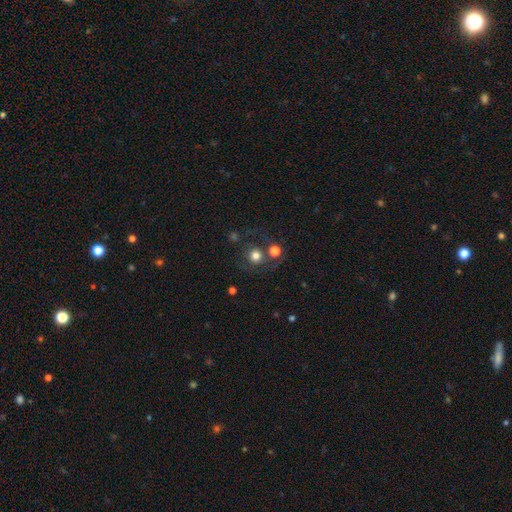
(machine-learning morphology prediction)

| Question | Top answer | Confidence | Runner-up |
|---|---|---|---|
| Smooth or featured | smooth | 72% | featured or disk (15%) |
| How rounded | round | 91% | in between (8%) |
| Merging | none | 61% | merger (19%) |